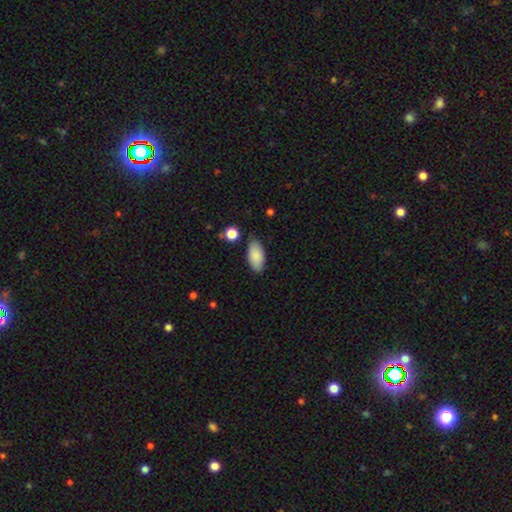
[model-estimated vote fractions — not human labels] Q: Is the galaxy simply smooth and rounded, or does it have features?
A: smooth — 88%.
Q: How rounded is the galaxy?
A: in between — 93%.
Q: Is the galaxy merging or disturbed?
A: none — 81%.